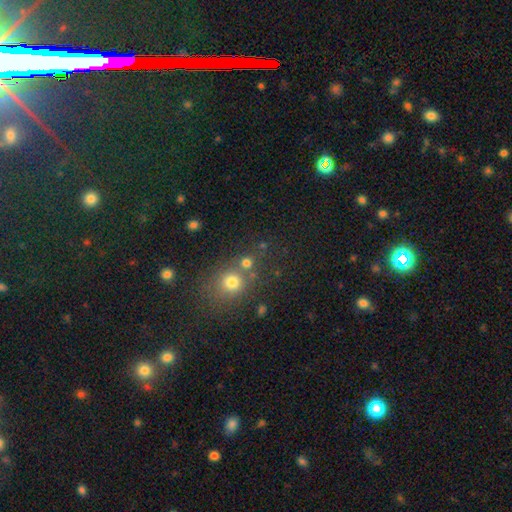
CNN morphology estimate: This is possibly a smooth galaxy (56%). How rounded: clearly round (82%). Merging: likely none (69%).